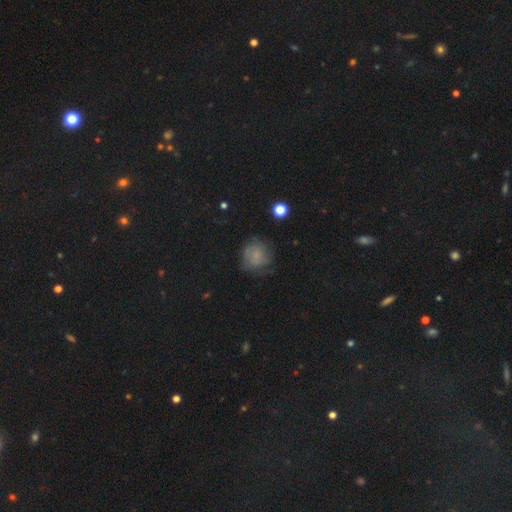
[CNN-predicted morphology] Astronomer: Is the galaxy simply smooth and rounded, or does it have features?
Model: smooth — 63%.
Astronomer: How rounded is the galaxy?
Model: round — 84%.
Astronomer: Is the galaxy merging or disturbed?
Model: none — 60%.